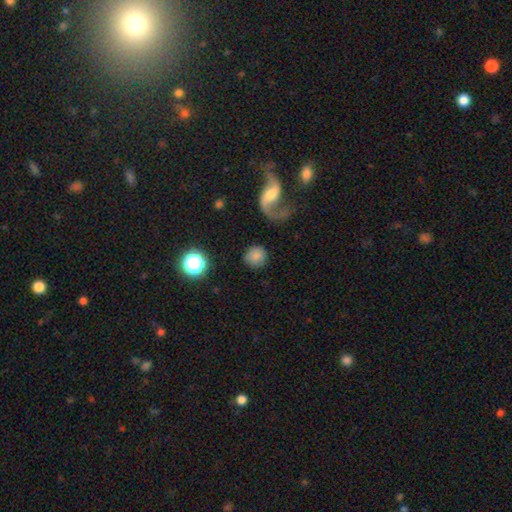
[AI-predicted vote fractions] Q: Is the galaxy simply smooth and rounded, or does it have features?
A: smooth — 73%.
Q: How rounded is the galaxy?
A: round — 88%.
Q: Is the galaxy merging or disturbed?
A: none — 78%.